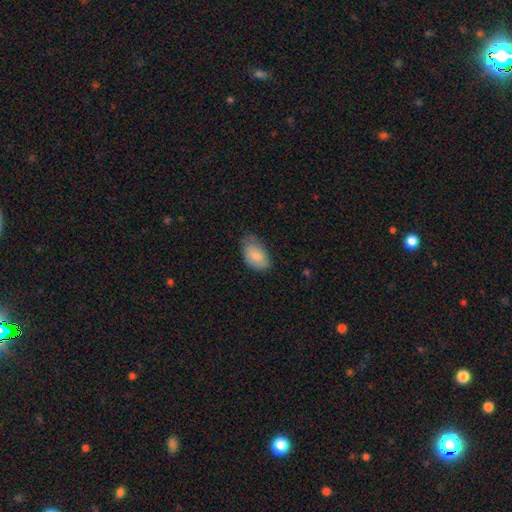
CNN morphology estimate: A smooth galaxy with no disk features (84%) that is in between round and cigar-shaped (92%).

Vote fractions:
- Smooth or featured? smooth: 84% / featured or disk: 9% / star or artifact: 7%
- How rounded? in between: 92% / round: 7% / cigar-shaped: 1%
- Merging? none: 60% / minor disturbance: 32% / major disturbance: 6% / merger: 1%